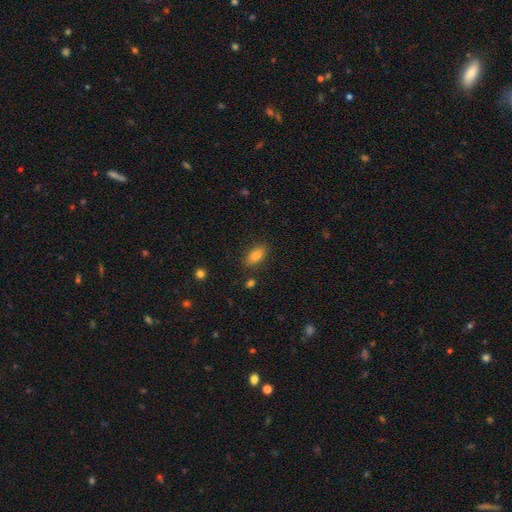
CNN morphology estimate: Smooth or featured: smooth — 84% (star or artifact — 9%)
How rounded: in between — 87% (cigar-shaped — 9%)
Merging: none — 85% (minor disturbance — 10%)